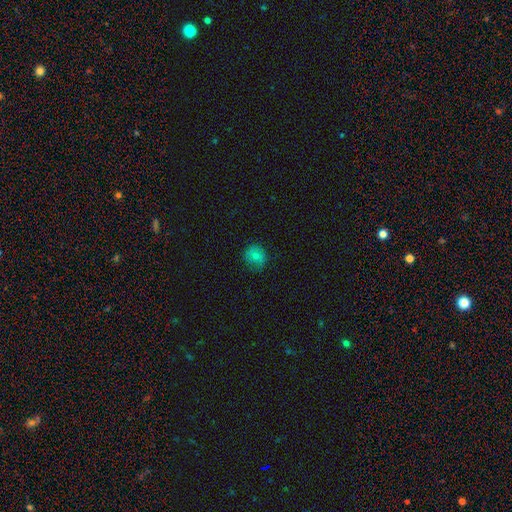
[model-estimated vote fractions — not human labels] Smooth or featured: smooth — 74% (featured or disk — 15%)
How rounded: round — 79% (in between — 20%)
Merging: none — 70% (minor disturbance — 22%)